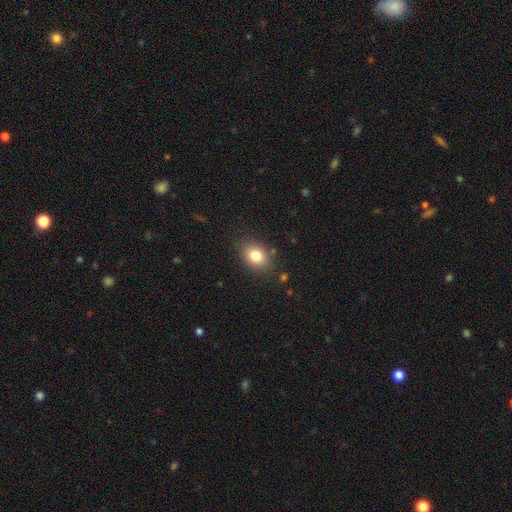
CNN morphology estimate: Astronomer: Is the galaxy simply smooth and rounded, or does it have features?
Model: smooth — 81%.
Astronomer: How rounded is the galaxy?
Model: in between — 66%.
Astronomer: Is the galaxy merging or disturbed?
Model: none — 83%.